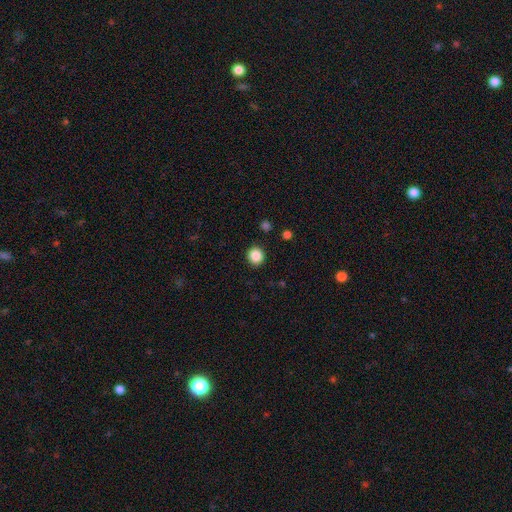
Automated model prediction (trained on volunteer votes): Smooth or featured? Predicted: smooth (p=0.87). How rounded? Predicted: round (p=0.87). Merging? Predicted: none (p=0.90).